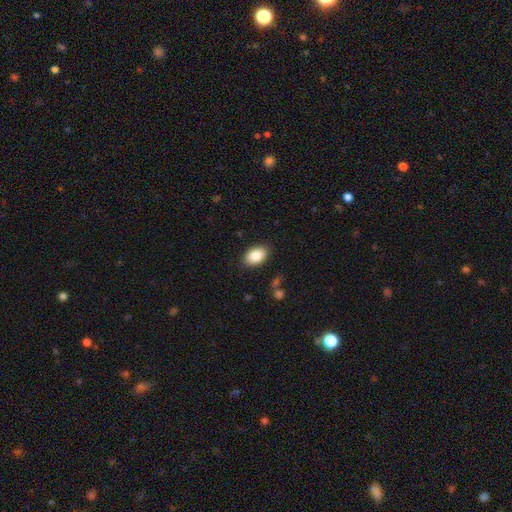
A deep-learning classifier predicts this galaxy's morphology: smooth 87%, star or artifact 7%, featured or disk 6%. Down the decision tree: how rounded — in between (89%); merging — none (87%).